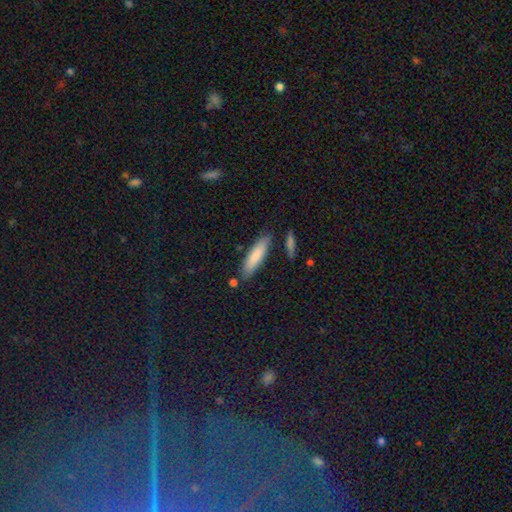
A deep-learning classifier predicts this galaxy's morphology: The model was most divided on "how rounded": cigar-shaped: 71%, in between: 27%, round: 1%. More confident: smooth or featured — smooth (81%); merging — none (81%).